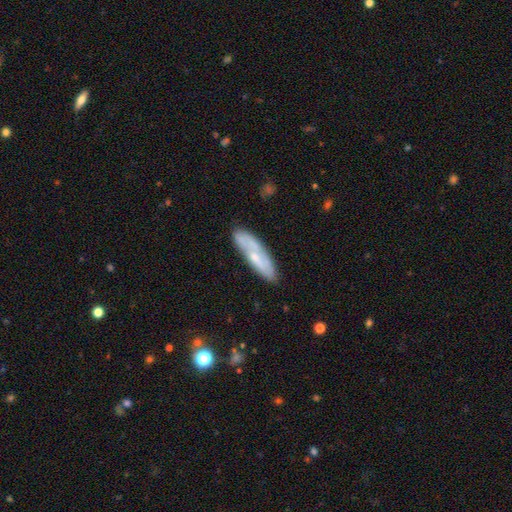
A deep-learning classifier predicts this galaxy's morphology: Q: Smooth or featured?
A: smooth (48%); runner-up: featured or disk (45%)
Q: Merging?
A: none (73%); runner-up: minor disturbance (18%)